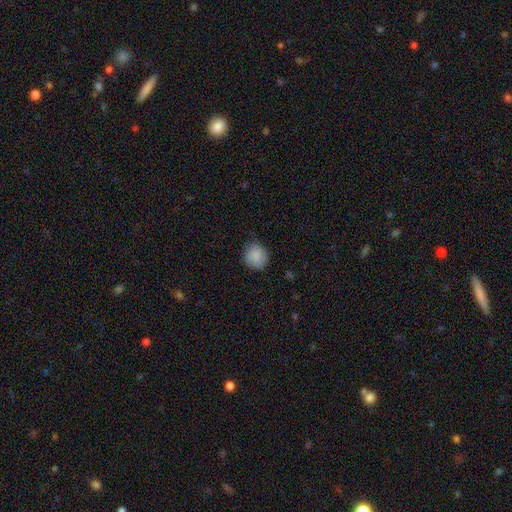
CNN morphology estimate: smooth_or_featured: smooth (p=0.87) [alt: star or artifact p=0.07]
how_rounded: round (p=0.89) [alt: in between p=0.10]
merging: none (p=0.82) [alt: minor disturbance p=0.14]